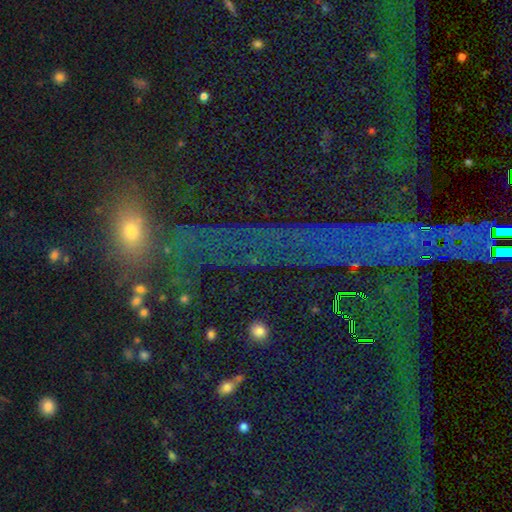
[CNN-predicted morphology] The model was most divided on "smooth or featured": star or artifact: 68%, smooth: 22%, featured or disk: 10%.